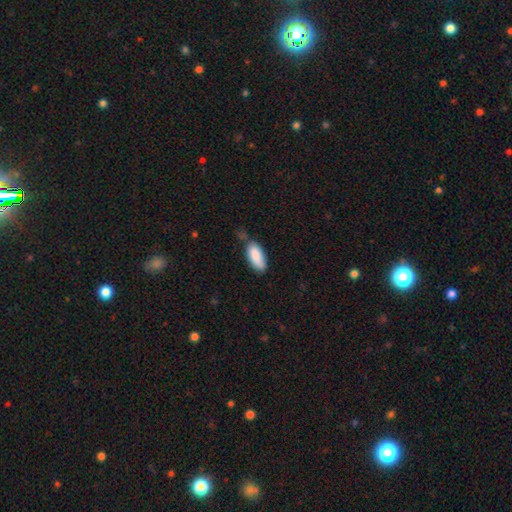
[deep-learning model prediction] smooth_or_featured: smooth (p=0.87) [alt: featured or disk p=0.07]
how_rounded: in between (p=0.86) [alt: cigar-shaped p=0.13]
merging: none (p=0.58) [alt: minor disturbance p=0.28]